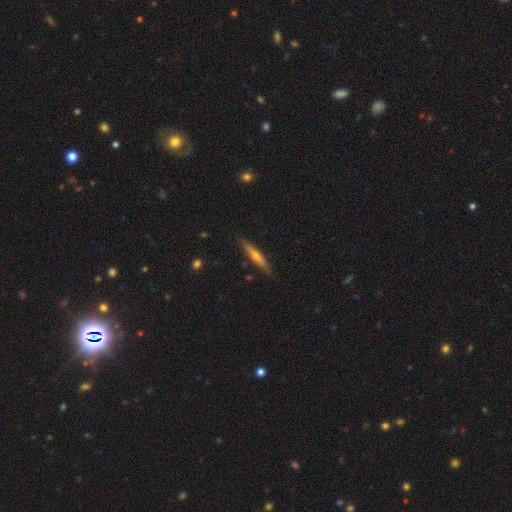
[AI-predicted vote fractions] featured or disk 57%, smooth 37%, star or artifact 6%. Down the decision tree: edge-on disk — yes (95%); edge-on bulge — rounded (76%); merging — none (88%).